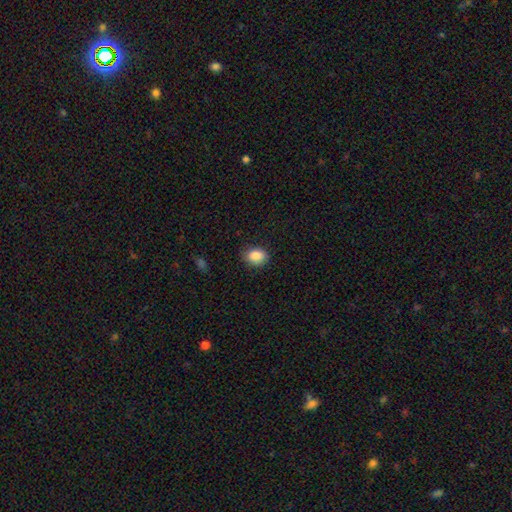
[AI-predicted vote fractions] Q: Smooth or featured?
A: smooth (87%); runner-up: star or artifact (8%)
Q: How rounded?
A: in between (61%); runner-up: round (38%)
Q: Merging?
A: none (80%); runner-up: minor disturbance (16%)